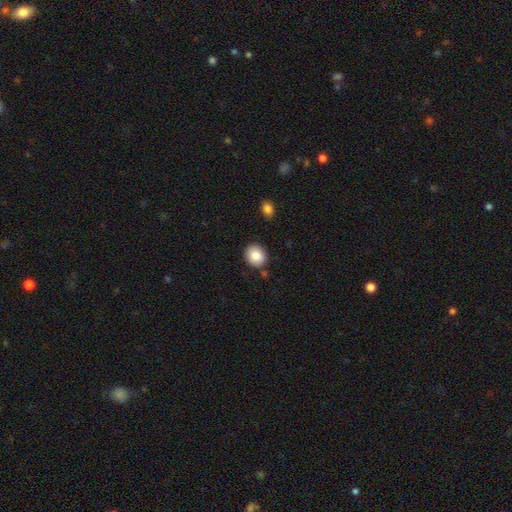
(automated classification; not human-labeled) smooth_or_featured: smooth (p=0.86) [alt: star or artifact p=0.08]
how_rounded: round (p=0.67) [alt: in between p=0.32]
merging: none (p=0.84) [alt: minor disturbance p=0.10]